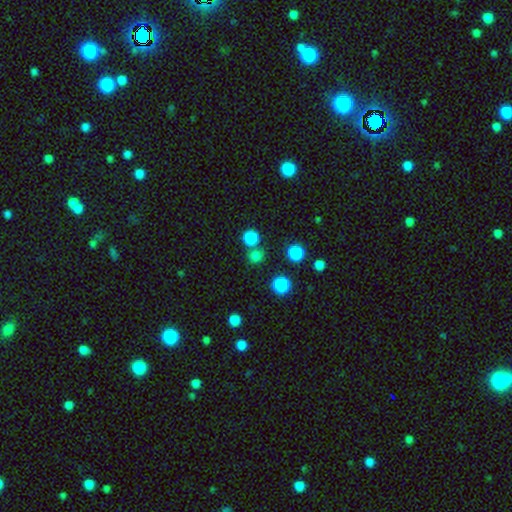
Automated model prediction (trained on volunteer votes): smooth_or_featured: smooth (p=0.74) [alt: star or artifact p=0.20]
how_rounded: round (p=0.90) [alt: in between p=0.09]
merging: none (p=0.71) [alt: merger p=0.18]